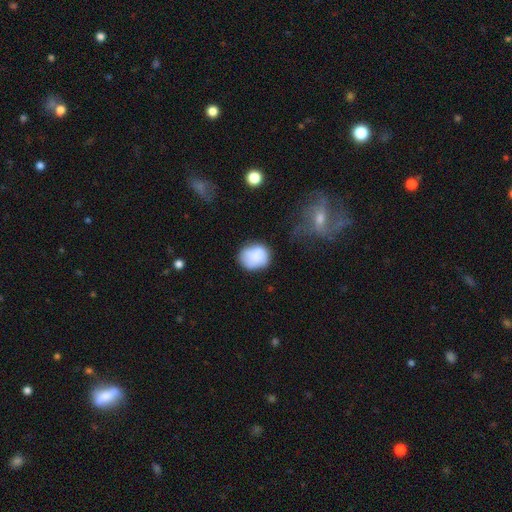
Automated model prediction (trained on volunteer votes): smooth_or_featured: smooth (p=0.74) [alt: featured or disk p=0.17]
how_rounded: round (p=0.64) [alt: in between p=0.35]
merging: none (p=0.54) [alt: minor disturbance p=0.26]